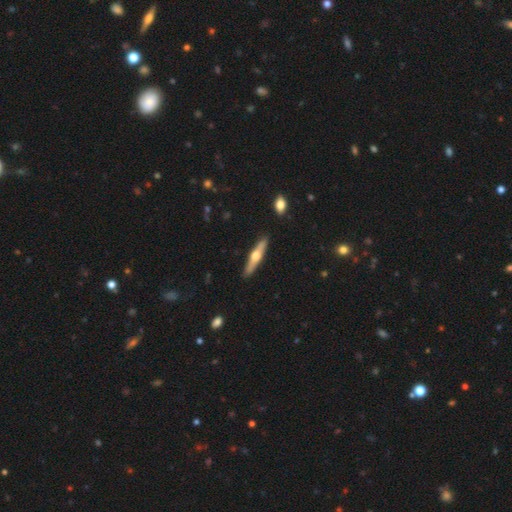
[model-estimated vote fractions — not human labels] A featured or disk galaxy (58%) viewed edge-on (94%) with a rounded central bulge (93%). Merging: none (90%).